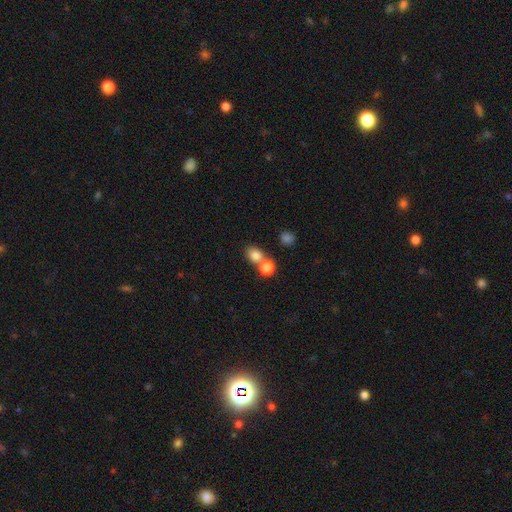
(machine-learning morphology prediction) The model was most divided on "merging": merger: 45%, none: 44%, minor disturbance: 8%, major disturbance: 3%. More confident: smooth or featured — smooth (81%); how rounded — round (62%).